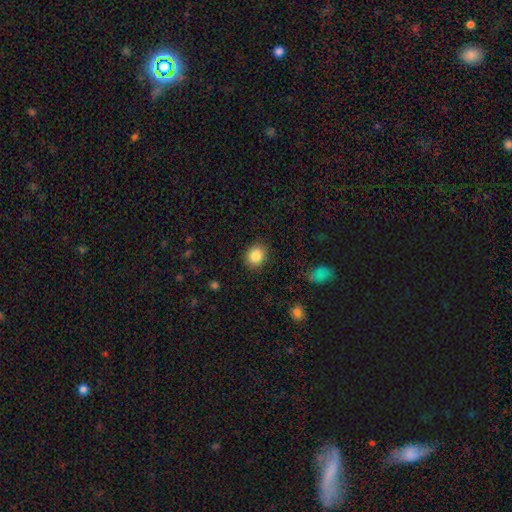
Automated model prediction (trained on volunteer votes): smooth_or_featured: smooth (p=0.85) [alt: star or artifact p=0.09]
how_rounded: round (p=0.68) [alt: in between p=0.31]
merging: none (p=0.89) [alt: minor disturbance p=0.08]